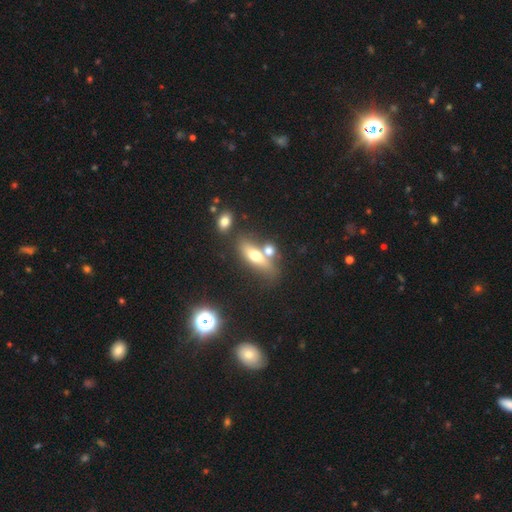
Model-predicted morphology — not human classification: A smooth galaxy with no disk features (56%) that is in between round and cigar-shaped (55%).

Vote fractions:
- Smooth or featured? smooth: 56% / featured or disk: 33% / star or artifact: 11%
- How rounded? in between: 55% / cigar-shaped: 38% / round: 7%
- Merging? none: 55% / merger: 27% / minor disturbance: 12% / major disturbance: 6%